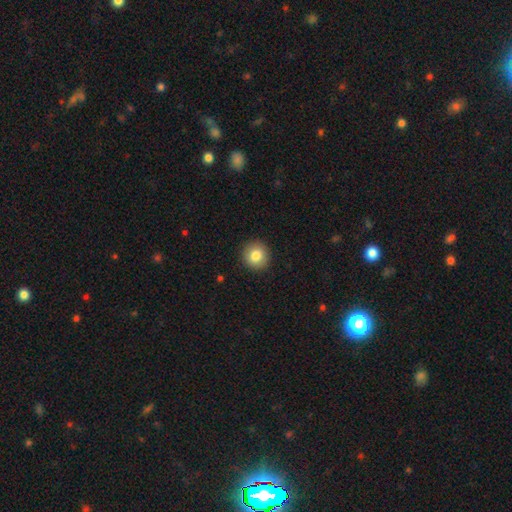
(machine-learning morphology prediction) A smooth galaxy with no disk features (84%) that is round (92%). Merging: none (92%).